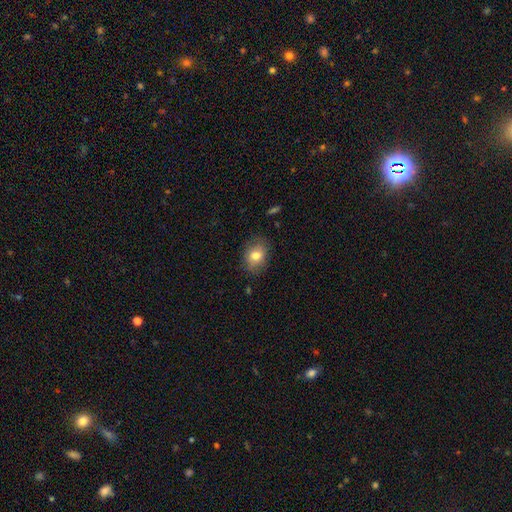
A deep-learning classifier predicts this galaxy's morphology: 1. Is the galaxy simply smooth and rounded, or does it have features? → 77% smooth, 13% featured or disk, 10% star or artifact.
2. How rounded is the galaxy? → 59% in between, 40% round, 1% cigar-shaped.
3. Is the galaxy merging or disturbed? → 82% none, 13% minor disturbance, 3% major disturbance, 1% merger.